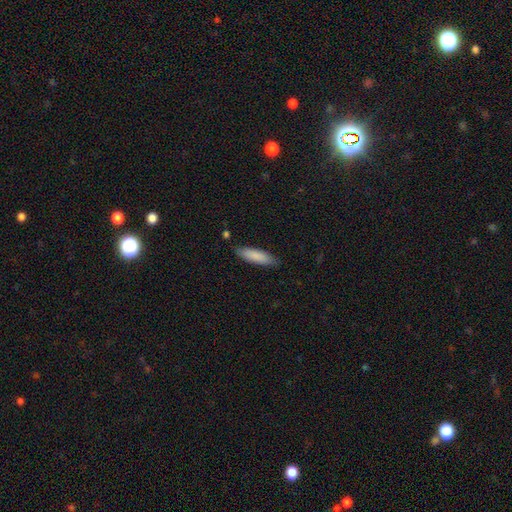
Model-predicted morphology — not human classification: smooth_or_featured: smooth (p=0.86) [alt: featured or disk p=0.09]
how_rounded: cigar-shaped (p=0.58) [alt: in between p=0.40]
merging: none (p=0.83) [alt: minor disturbance p=0.13]